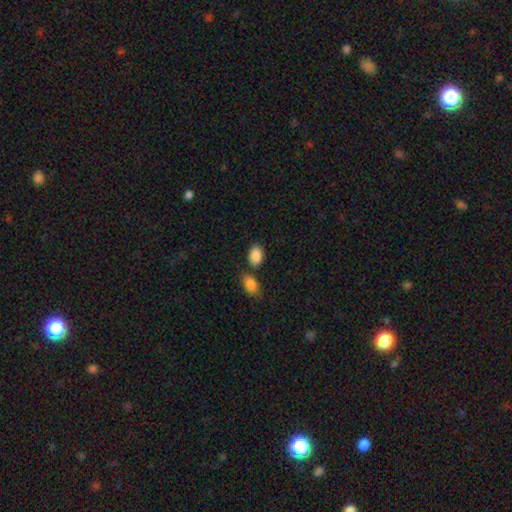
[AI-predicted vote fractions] Q: Smooth or featured?
A: smooth (89%); runner-up: star or artifact (7%)
Q: How rounded?
A: in between (87%); runner-up: round (12%)
Q: Merging?
A: none (70%); runner-up: merger (14%)